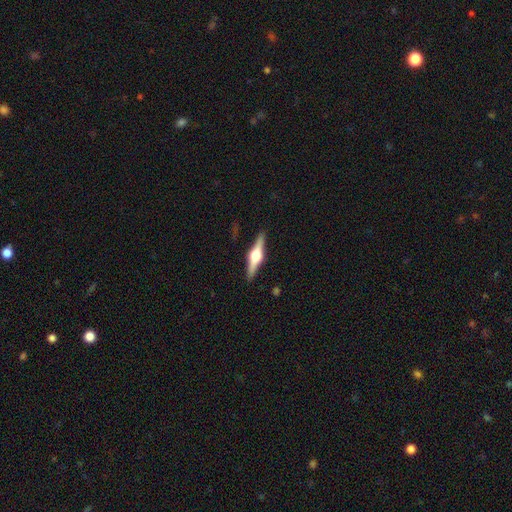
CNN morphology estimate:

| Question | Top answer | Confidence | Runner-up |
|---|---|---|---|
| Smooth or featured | featured or disk | 79% | smooth (15%) |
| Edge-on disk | yes | 98% | no (2%) |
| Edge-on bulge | rounded | 95% | boxy (4%) |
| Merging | none | 91% | minor disturbance (7%) |